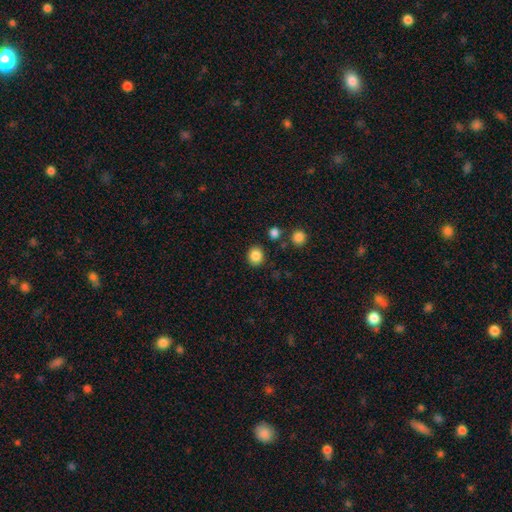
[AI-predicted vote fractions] smooth-or-featured: smooth: 86% | star or artifact: 10% | featured or disk: 4%
  how-rounded: round: 79% | in between: 20% | cigar-shaped: 1%
  merging: none: 88% | minor disturbance: 7% | merger: 3% | major disturbance: 2%